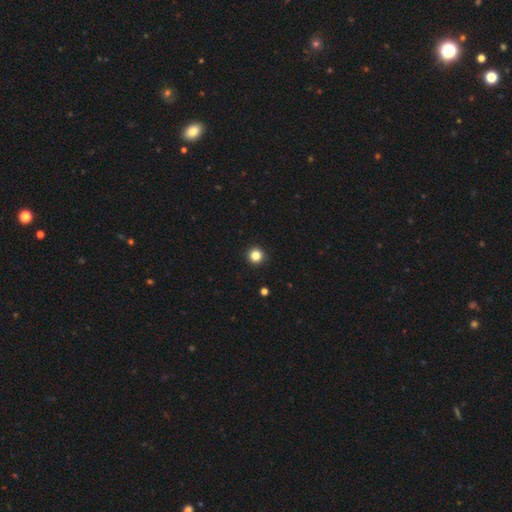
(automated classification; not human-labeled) Smooth or featured?
  - smooth: 84% *
  - star or artifact: 12%
  - featured or disk: 4%
How rounded?
  - round: 96% *
  - in between: 3%
  - cigar-shaped: 1%
Merging?
  - none: 94% *
  - minor disturbance: 4%
  - major disturbance: 1%
  - merger: 1%